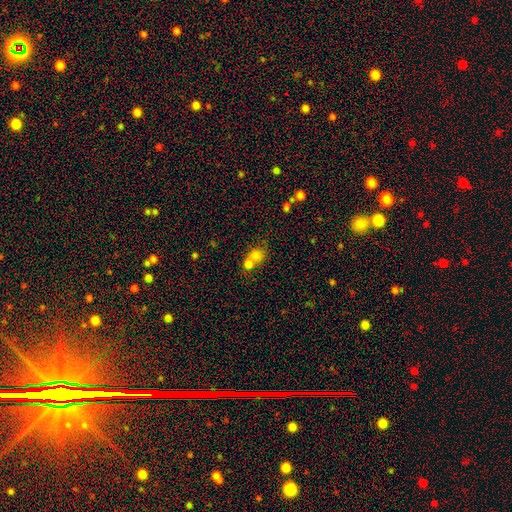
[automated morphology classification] Smooth or featured? smooth (75%)
How rounded? round (75%)
Merging? merger (60%)